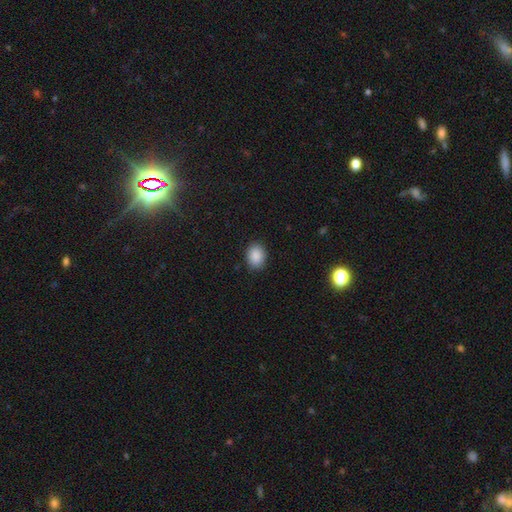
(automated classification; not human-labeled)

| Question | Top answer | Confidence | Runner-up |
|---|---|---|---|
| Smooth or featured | smooth | 89% | star or artifact (8%) |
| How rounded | in between | 60% | round (39%) |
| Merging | none | 88% | minor disturbance (9%) |